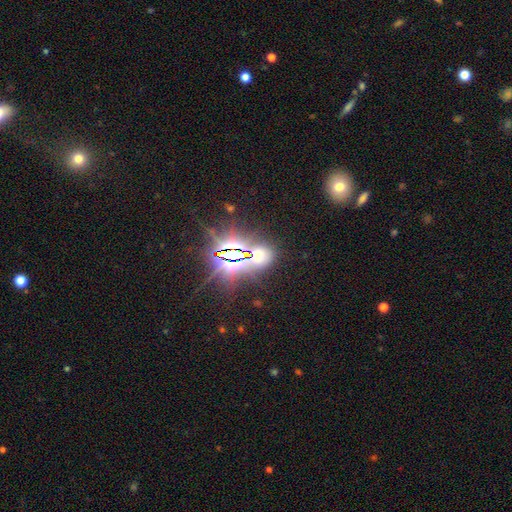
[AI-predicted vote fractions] Smooth or featured? star or artifact (70%)